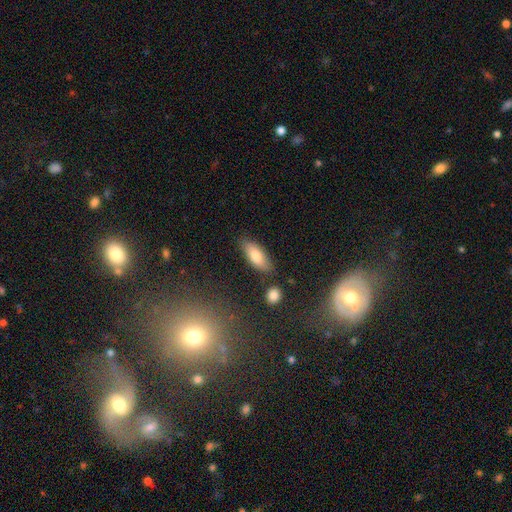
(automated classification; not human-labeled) Smooth or featured: smooth — 79% (featured or disk — 14%)
How rounded: in between — 75% (cigar-shaped — 22%)
Merging: none — 79% (minor disturbance — 14%)